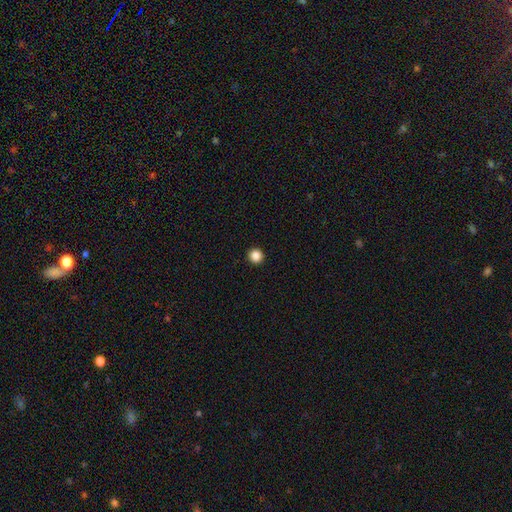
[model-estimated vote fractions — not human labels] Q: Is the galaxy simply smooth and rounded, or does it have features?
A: smooth — 86%.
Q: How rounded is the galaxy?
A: round — 95%.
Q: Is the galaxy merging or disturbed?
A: none — 94%.